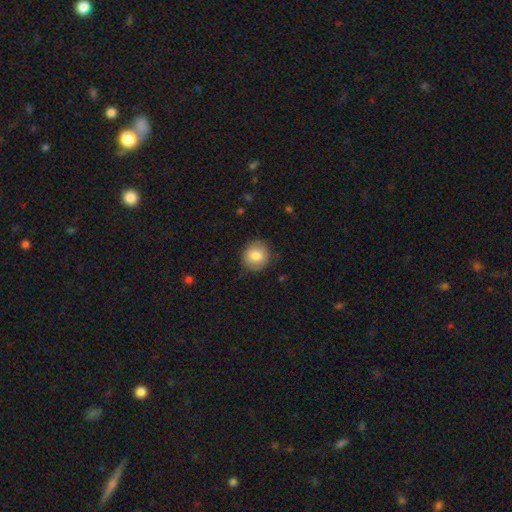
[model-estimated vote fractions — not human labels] A smooth galaxy with no disk features (83%) that is round (88%).

Vote fractions:
- Smooth or featured? smooth: 83% / featured or disk: 9% / star or artifact: 8%
- How rounded? round: 88% / in between: 11% / cigar-shaped: 1%
- Merging? none: 85% / minor disturbance: 11% / major disturbance: 3% / merger: 1%